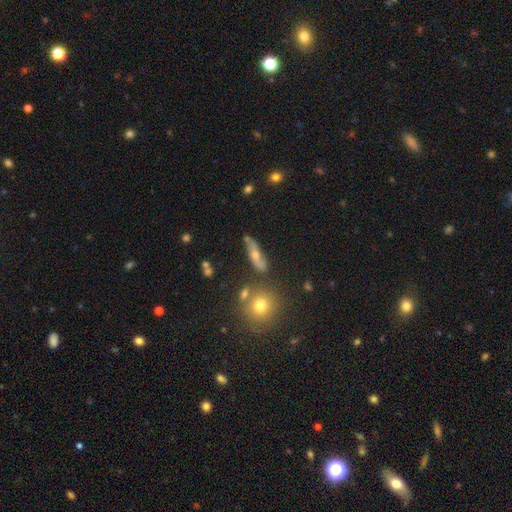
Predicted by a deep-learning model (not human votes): Overall: smooth (45%; featured or disk 44%). Merging: none (65%).